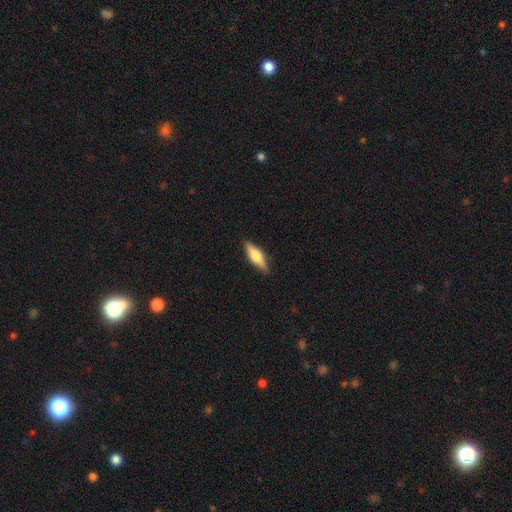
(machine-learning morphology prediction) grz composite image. It shows a smooth galaxy with no disk features (58%) that is cigar-shaped (54%). Merging: none (88%).